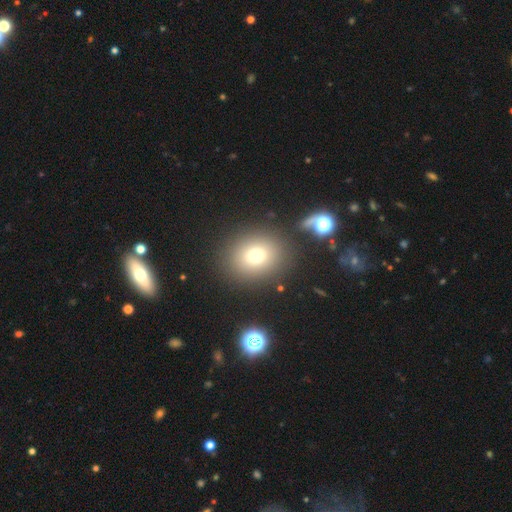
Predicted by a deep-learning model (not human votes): A smooth galaxy with no disk features (74%) that is round (64%). Merging: none (83%).